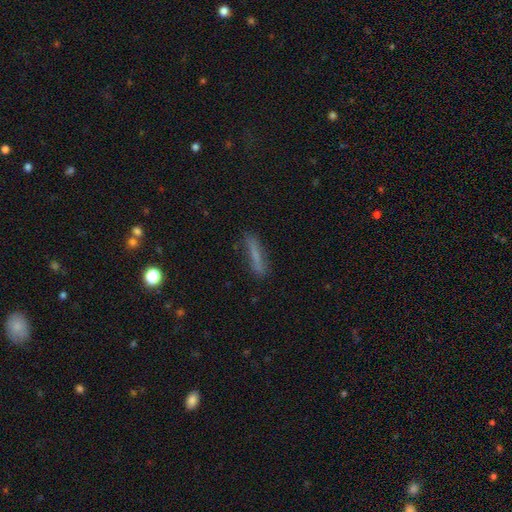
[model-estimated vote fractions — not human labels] Overall: smooth (66%). How rounded: cigar-shaped (88%). Merging: none (77%).